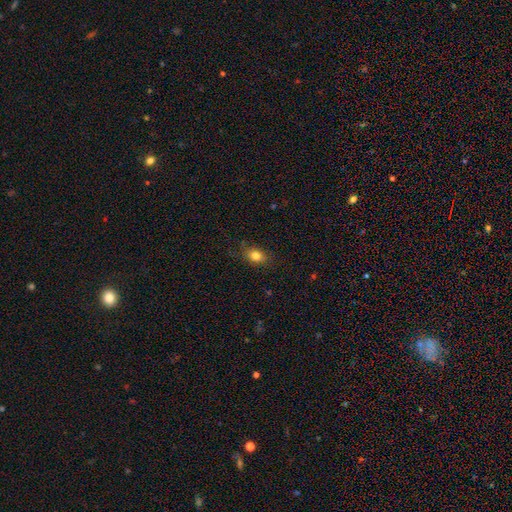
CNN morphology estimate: Q: Smooth or featured?
A: smooth (81%); runner-up: star or artifact (10%)
Q: How rounded?
A: in between (67%); runner-up: round (31%)
Q: Merging?
A: none (80%); runner-up: minor disturbance (15%)